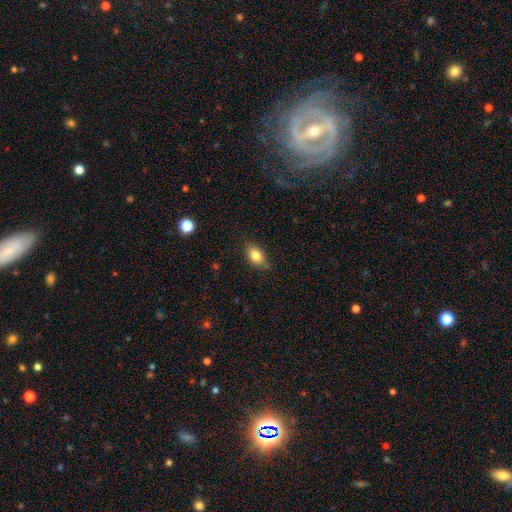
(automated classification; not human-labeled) Smooth or featured: smooth — 82% (featured or disk — 9%)
How rounded: in between — 84% (round — 13%)
Merging: none — 74% (minor disturbance — 21%)